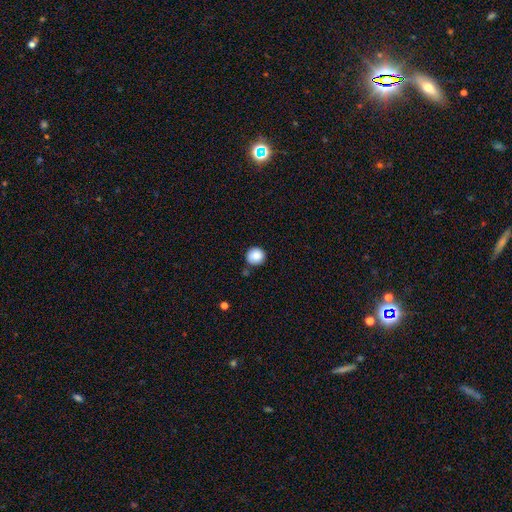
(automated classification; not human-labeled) This appears to be a smooth galaxy with no disk features (88%) that is round (93%). Merging: none (78%).